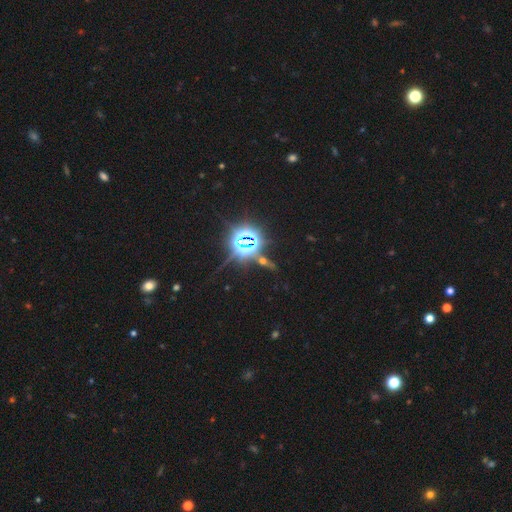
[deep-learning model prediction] This is clearly a star or artifact rather than a galaxy (83%).